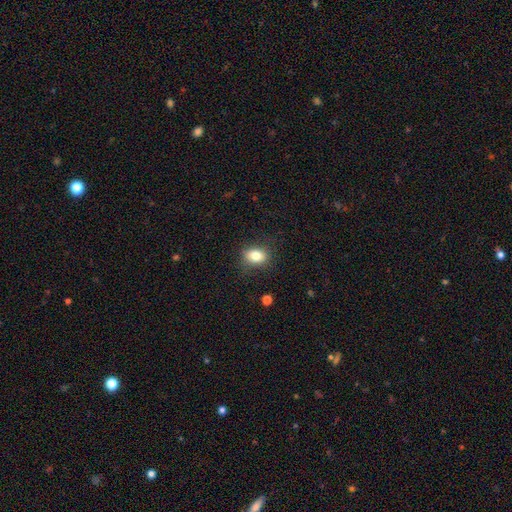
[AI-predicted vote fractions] The model was most divided on "how rounded": in between: 69%, round: 30%, cigar-shaped: 2%. More confident: merging — none (82%); smooth or featured — smooth (80%).